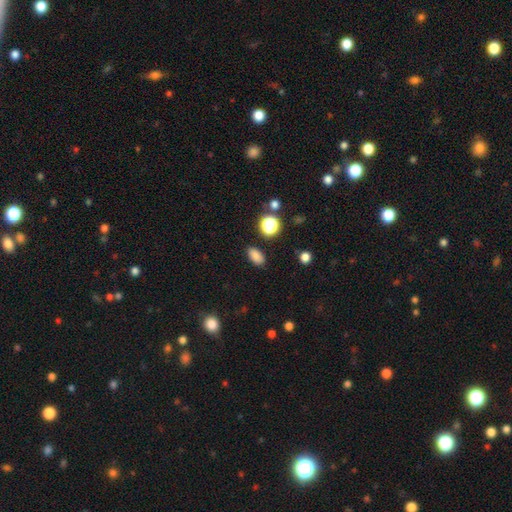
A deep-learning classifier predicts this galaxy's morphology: The model was most divided on "smooth or featured": smooth: 82%, star or artifact: 13%, featured or disk: 4%. More confident: how rounded — in between (87%); merging — none (87%).